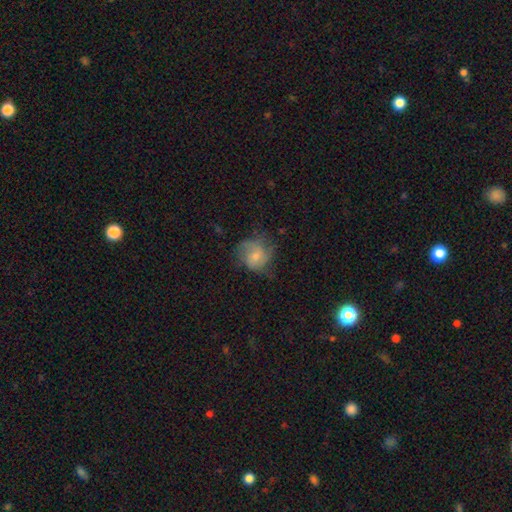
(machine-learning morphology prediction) A smooth galaxy with no disk features (57%) that is round (72%). Merging: none (47%).